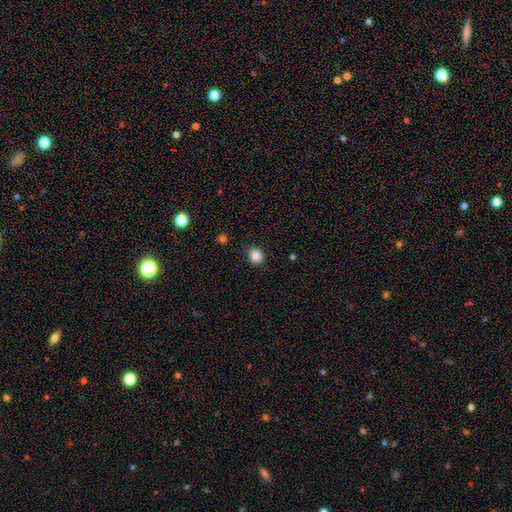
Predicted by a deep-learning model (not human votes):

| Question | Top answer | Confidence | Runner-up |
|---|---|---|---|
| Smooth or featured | smooth | 85% | star or artifact (11%) |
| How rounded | round | 80% | in between (19%) |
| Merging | none | 75% | minor disturbance (20%) |